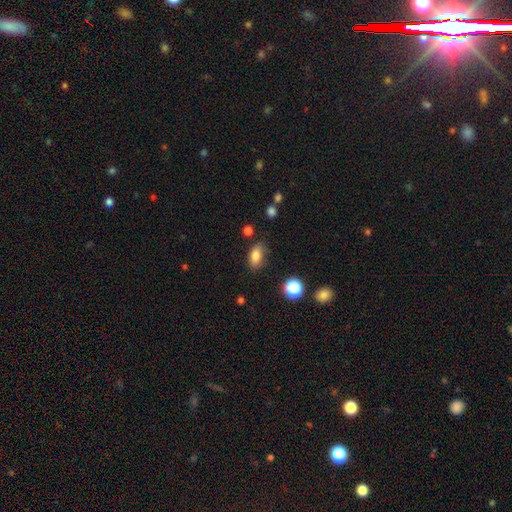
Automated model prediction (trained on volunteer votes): Morphology: type=smooth (82%); roundness=in between (86%); merging=none (79%).